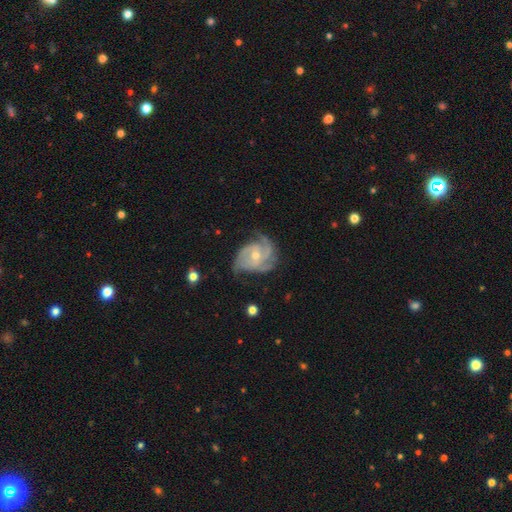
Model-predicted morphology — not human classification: smooth_or_featured: featured or disk (p=0.89) [alt: smooth p=0.07]
disk_edge_on: no (p=0.98) [alt: yes p=0.02]
bar: no (p=0.69) [alt: weak p=0.26]
has_spiral_arms: yes (p=0.97) [alt: no p=0.03]
spiral_winding: tight (p=0.49) [alt: medium p=0.41]
spiral_arm_count: 3 (p=0.56) [alt: 2 p=0.14]
bulge_size: moderate (p=0.51) [alt: small p=0.46]
merging: none (p=0.59) [alt: minor disturbance p=0.26]